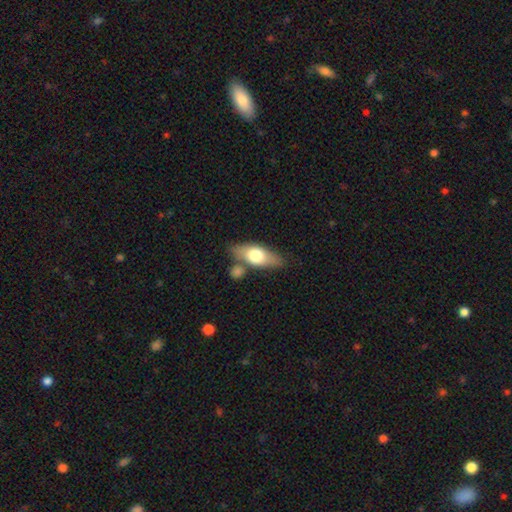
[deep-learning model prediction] Smooth or featured?
  - smooth: 62% *
  - featured or disk: 33%
  - star or artifact: 6%
How rounded?
  - in between: 72% *
  - cigar-shaped: 24%
  - round: 5%
Merging?
  - none: 67% *
  - merger: 15%
  - minor disturbance: 13%
  - major disturbance: 4%